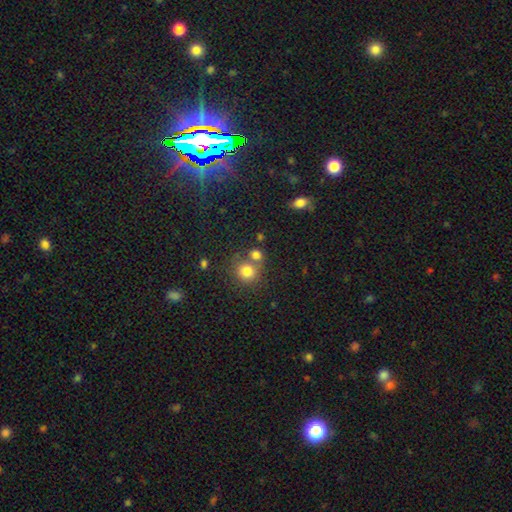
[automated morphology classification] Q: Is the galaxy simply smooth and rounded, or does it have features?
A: smooth — 76%.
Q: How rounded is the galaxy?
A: round — 85%.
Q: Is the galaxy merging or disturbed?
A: none — 58%.